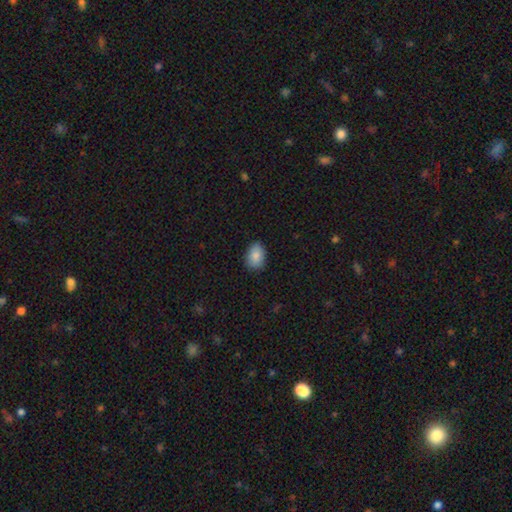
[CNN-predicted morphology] type=smooth (86%); roundness=in between (79%); merging=none (82%).